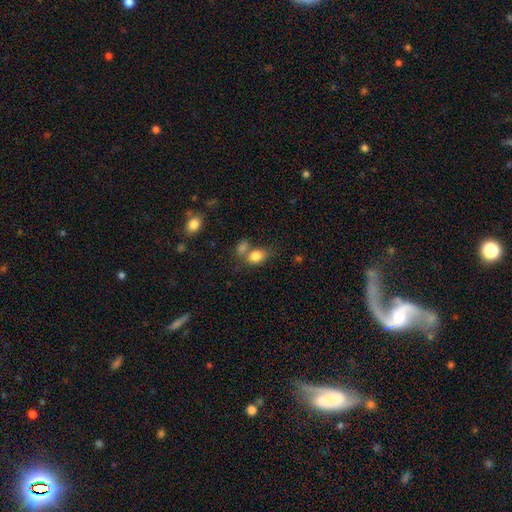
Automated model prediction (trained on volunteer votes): Overall: smooth (82%). How rounded: in between (68%; round 31%). Merging: none (47%; merger 32%).